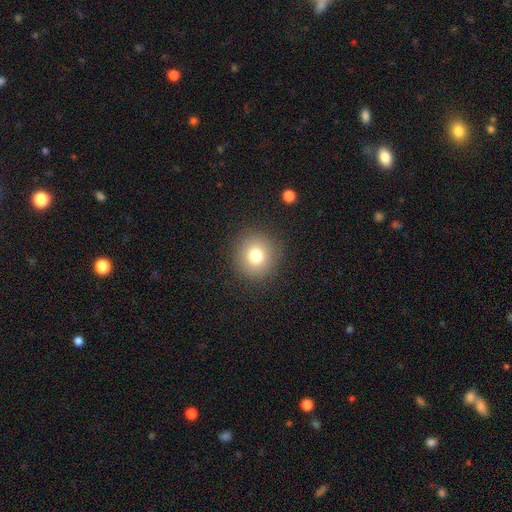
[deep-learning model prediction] smooth_or_featured: smooth (p=0.78) [alt: star or artifact p=0.12]
how_rounded: round (p=0.93) [alt: in between p=0.06]
merging: none (p=0.90) [alt: minor disturbance p=0.06]